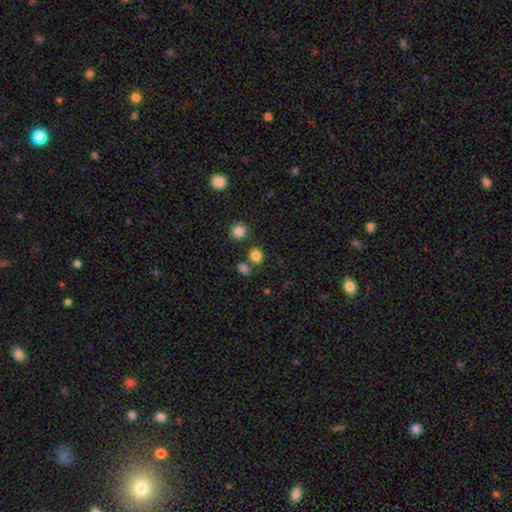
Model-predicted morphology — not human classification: A smooth galaxy with no disk features (82%) that is round (72%).

Vote fractions:
- Smooth or featured? smooth: 82% / star or artifact: 13% / featured or disk: 5%
- How rounded? round: 72% / in between: 27% / cigar-shaped: 1%
- Merging? none: 75% / merger: 13% / minor disturbance: 9% / major disturbance: 3%